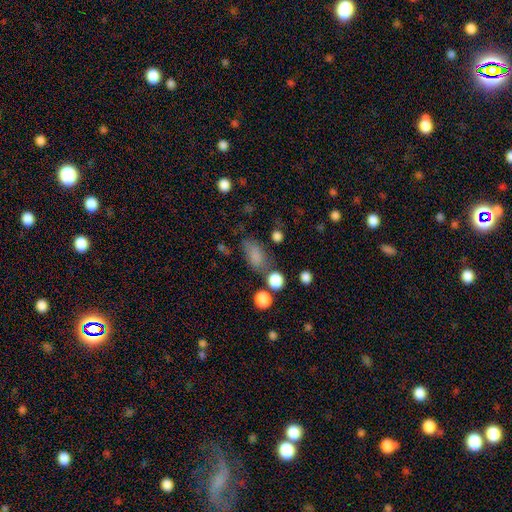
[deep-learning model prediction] Smooth or featured?
  - smooth: 79% *
  - star or artifact: 13%
  - featured or disk: 8%
How rounded?
  - in between: 83% *
  - round: 13%
  - cigar-shaped: 4%
Merging?
  - none: 58% *
  - minor disturbance: 22%
  - major disturbance: 10%
  - merger: 9%